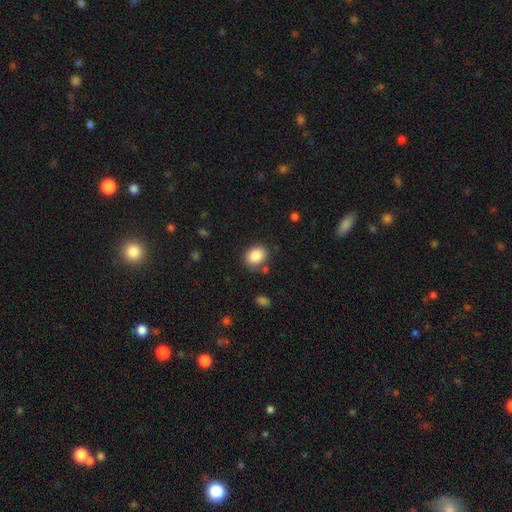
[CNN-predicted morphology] This appears to be a smooth galaxy with no disk features (86%) that is round (51%). Merging: none (80%).